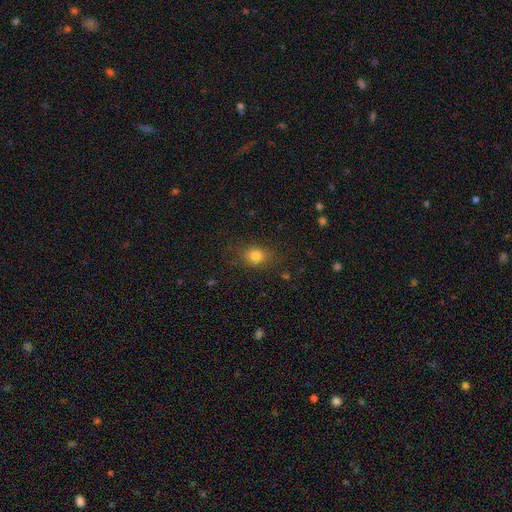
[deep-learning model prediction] A smooth galaxy with no disk features (79%) that is round (55%).

Vote fractions:
- Smooth or featured? smooth: 79% / star or artifact: 13% / featured or disk: 8%
- How rounded? round: 55% / in between: 44% / cigar-shaped: 1%
- Merging? none: 81% / minor disturbance: 13% / major disturbance: 5% / merger: 1%